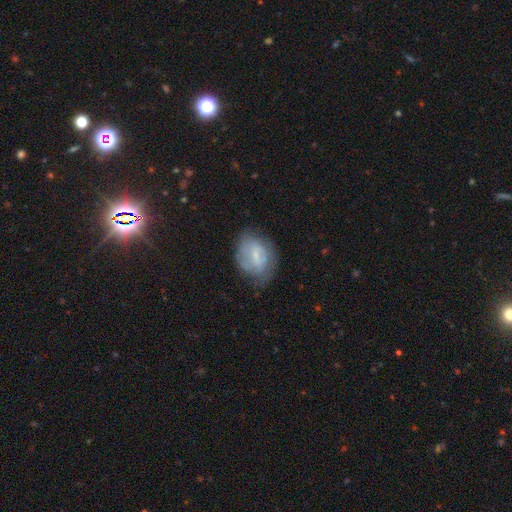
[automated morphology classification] This appears to be a featured or disk galaxy (47%). Merging: none (58%).